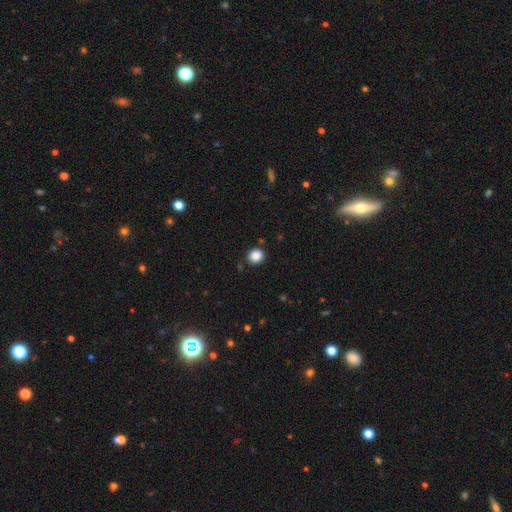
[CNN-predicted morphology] This is clearly a smooth galaxy (87%). How rounded: clearly round (85%). Merging: clearly none (88%).